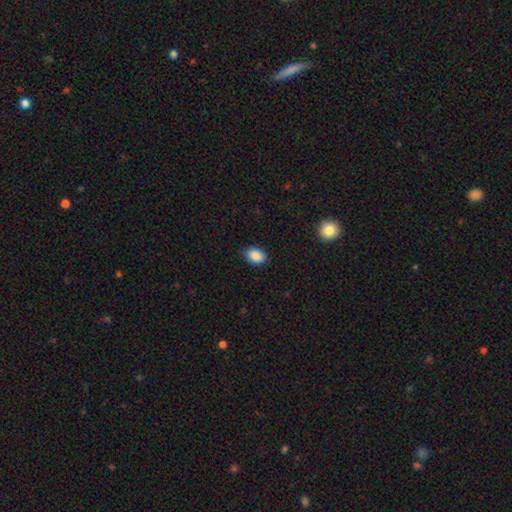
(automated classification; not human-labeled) Overall: smooth (88%). How rounded: in between (81%). Merging: none (84%).